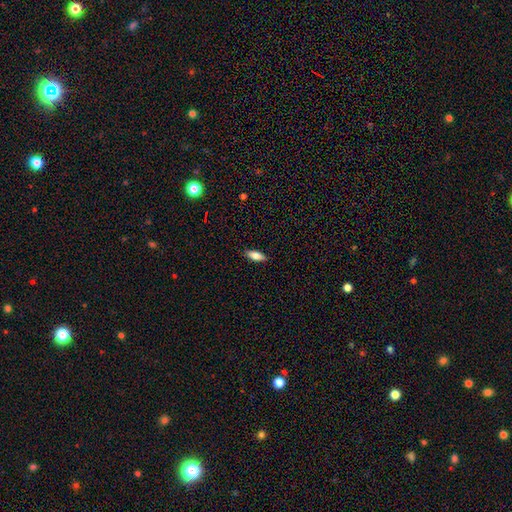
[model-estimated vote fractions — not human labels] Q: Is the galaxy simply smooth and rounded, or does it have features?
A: smooth — 77%.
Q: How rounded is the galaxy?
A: in between — 70%.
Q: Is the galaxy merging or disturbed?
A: none — 88%.